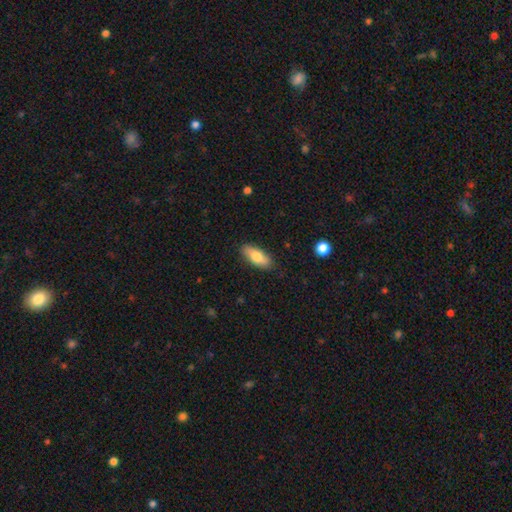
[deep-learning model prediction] This appears to be a smooth galaxy with no disk features (76%) that is in between round and cigar-shaped (74%). Merging: none (87%).